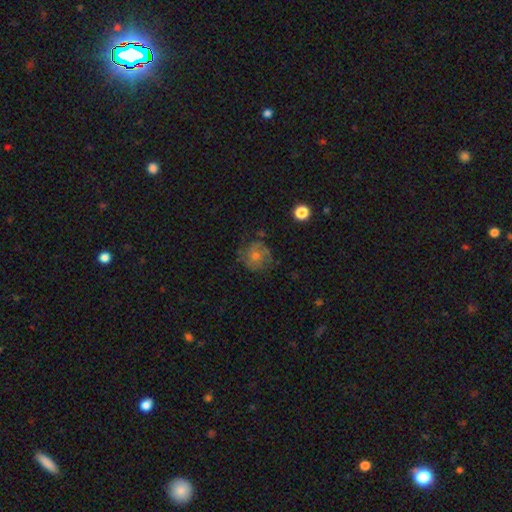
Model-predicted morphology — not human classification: Overall: smooth (44%; featured or disk 43%). Merging: none (67%).